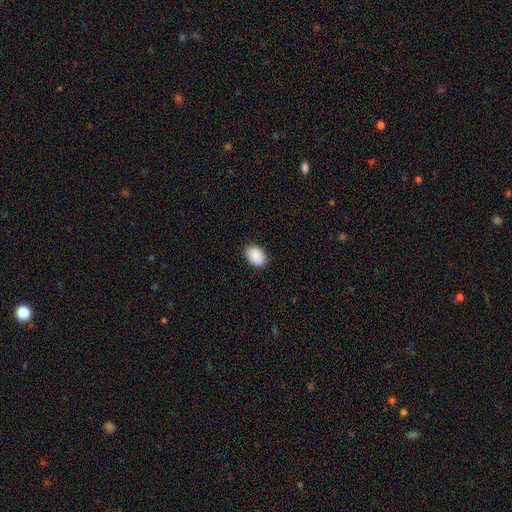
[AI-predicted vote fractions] Smooth or featured?
  - smooth: 90% *
  - star or artifact: 7%
  - featured or disk: 4%
How rounded?
  - in between: 82% *
  - round: 17%
  - cigar-shaped: 1%
Merging?
  - none: 88% *
  - minor disturbance: 9%
  - major disturbance: 2%
  - merger: 1%